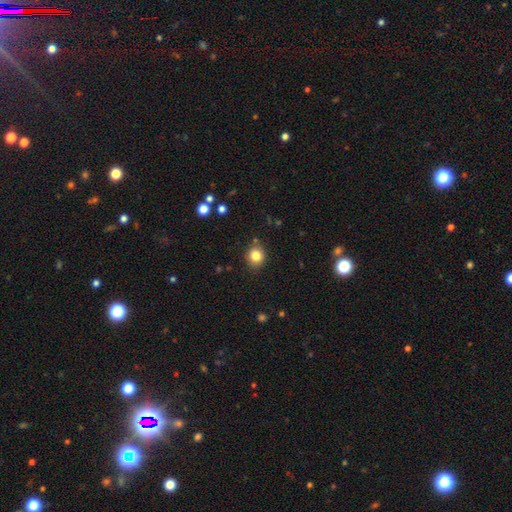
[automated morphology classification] Q: Smooth or featured?
A: smooth (83%); runner-up: star or artifact (11%)
Q: How rounded?
A: round (81%); runner-up: in between (18%)
Q: Merging?
A: none (86%); runner-up: minor disturbance (9%)